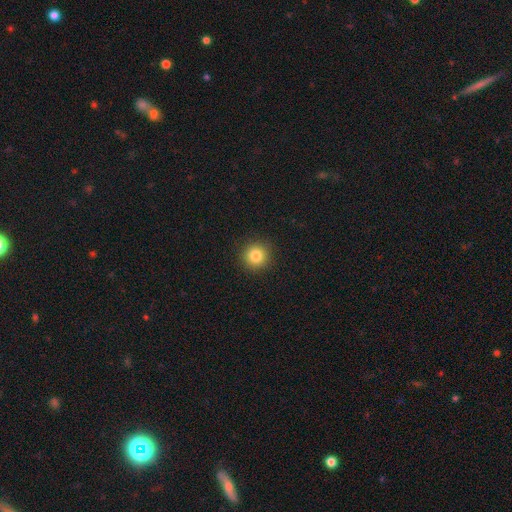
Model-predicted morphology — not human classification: This is clearly a smooth galaxy (83%). How rounded: clearly round (94%). Merging: clearly none (92%).